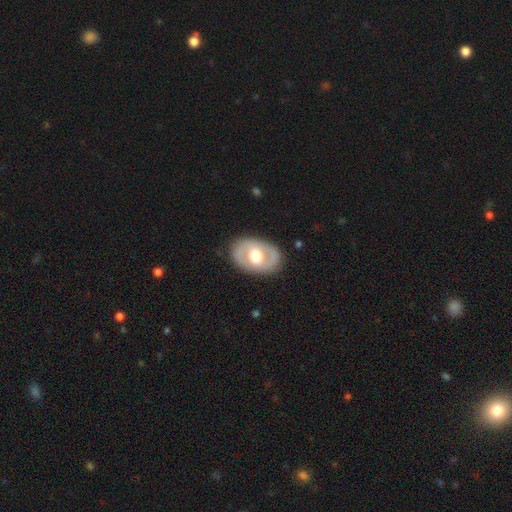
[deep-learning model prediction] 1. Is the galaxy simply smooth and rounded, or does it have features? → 58% featured or disk, 37% smooth, 5% star or artifact.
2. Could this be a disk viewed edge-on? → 93% no, 7% yes.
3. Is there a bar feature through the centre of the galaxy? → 65% no, 26% weak, 10% strong.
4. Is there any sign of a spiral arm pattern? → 66% no, 34% yes.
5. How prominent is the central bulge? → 63% moderate, 30% large, 4% small, 2% dominant, 1% none.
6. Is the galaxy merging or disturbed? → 84% none, 11% minor disturbance, 4% major disturbance, 1% merger.